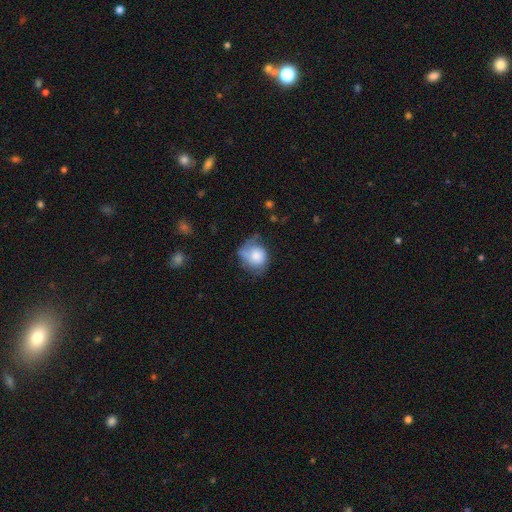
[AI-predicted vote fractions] Overall: smooth (66%). How rounded: round (69%; in between 30%). Merging: none (38%; minor disturbance 35%).